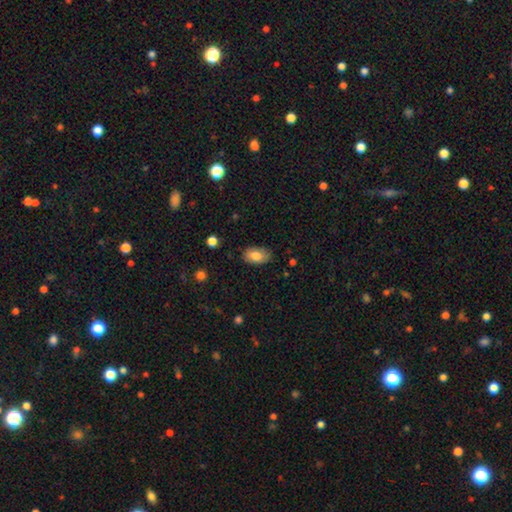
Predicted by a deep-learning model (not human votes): Q: Smooth or featured?
A: smooth (81%); runner-up: featured or disk (12%)
Q: How rounded?
A: in between (90%); runner-up: round (8%)
Q: Merging?
A: none (82%); runner-up: minor disturbance (14%)